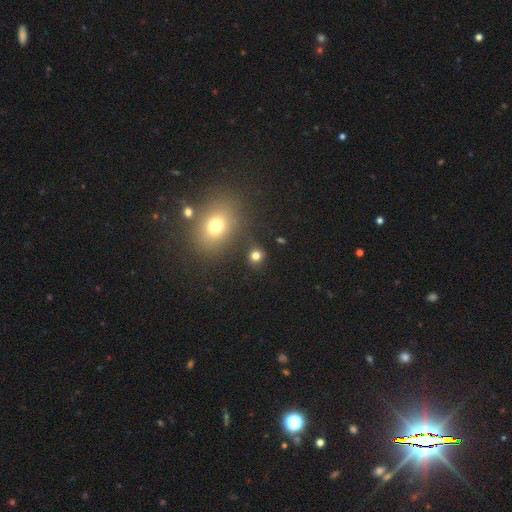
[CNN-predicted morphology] Overall: smooth (77%). How rounded: round (84%). Merging: none (82%).